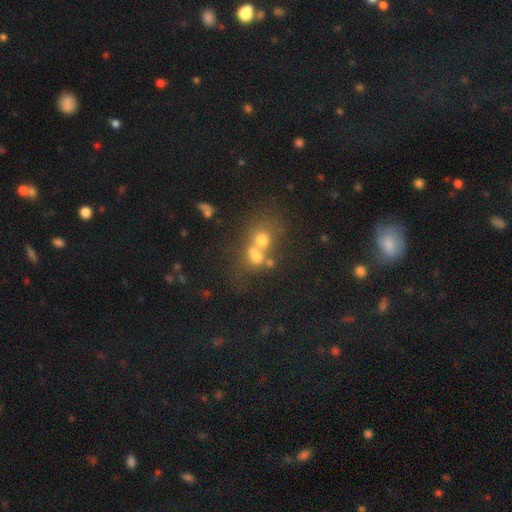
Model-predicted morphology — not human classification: A smooth galaxy with no disk features (59%) that is round (59%). Merging: merger (59%).